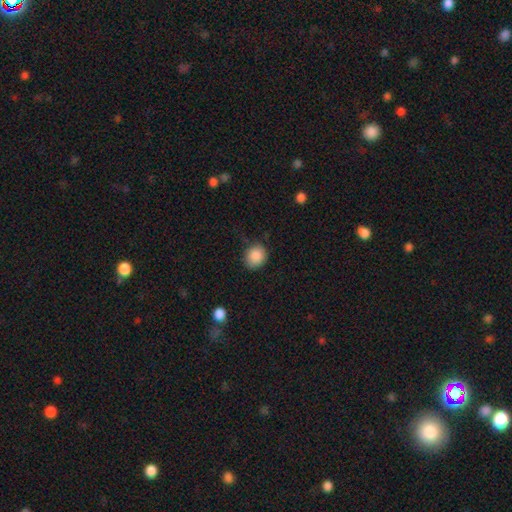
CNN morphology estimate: A smooth galaxy with no disk features (88%) that is round (70%).

Vote fractions:
- Smooth or featured? smooth: 88% / star or artifact: 8% / featured or disk: 4%
- How rounded? round: 70% / in between: 29% / cigar-shaped: 1%
- Merging? none: 77% / minor disturbance: 18% / major disturbance: 4% / merger: 2%